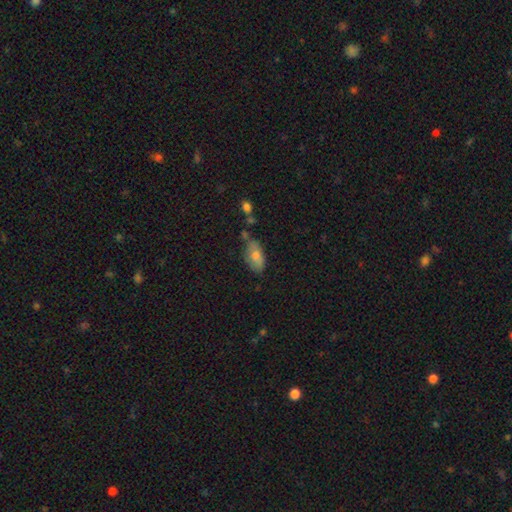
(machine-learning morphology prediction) Smooth or featured? smooth (72%)
How rounded? in between (90%)
Merging? none (58%)